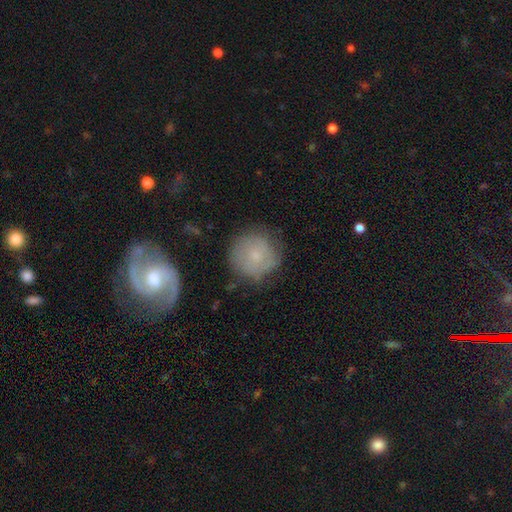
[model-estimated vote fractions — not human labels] Smooth or featured? smooth (61%)
How rounded? round (90%)
Merging? none (69%)